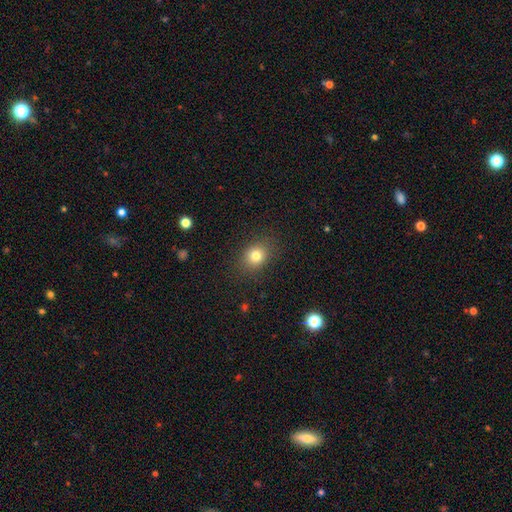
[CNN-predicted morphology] Smooth or featured? Predicted: smooth (p=0.79). How rounded? Predicted: round (p=0.58). Merging? Predicted: none (p=0.85).